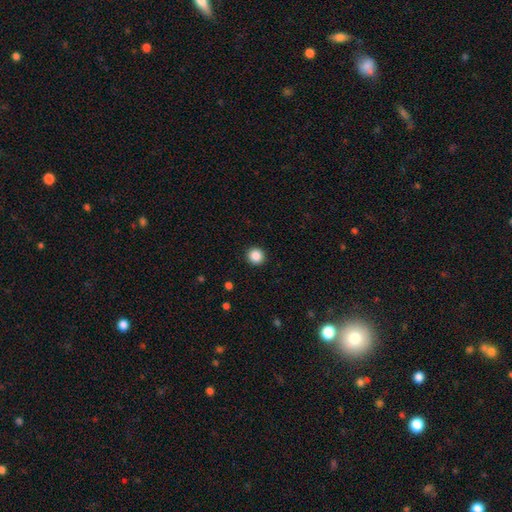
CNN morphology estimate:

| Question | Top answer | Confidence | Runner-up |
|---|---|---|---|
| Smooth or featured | smooth | 87% | star or artifact (10%) |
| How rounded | round | 94% | in between (5%) |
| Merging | none | 93% | minor disturbance (4%) |